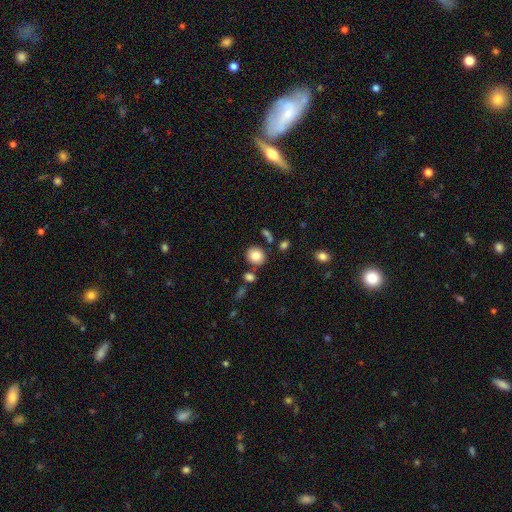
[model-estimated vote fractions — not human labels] Smooth or featured? smooth (84%)
How rounded? round (79%)
Merging? none (79%)